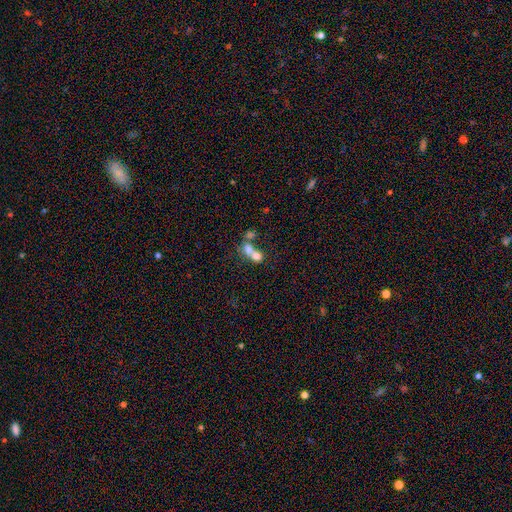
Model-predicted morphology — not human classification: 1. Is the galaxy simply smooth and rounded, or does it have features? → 66% smooth, 21% featured or disk, 13% star or artifact.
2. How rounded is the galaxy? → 63% round, 35% in between, 2% cigar-shaped.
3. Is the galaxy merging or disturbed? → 67% merger, 23% none, 5% minor disturbance, 5% major disturbance.